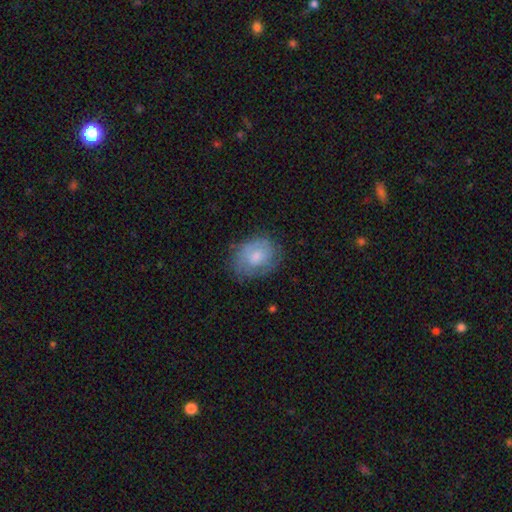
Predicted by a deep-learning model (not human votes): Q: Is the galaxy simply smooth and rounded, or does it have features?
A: smooth — 54%.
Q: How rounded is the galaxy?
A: in between — 53%.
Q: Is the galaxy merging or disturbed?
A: none — 64%.